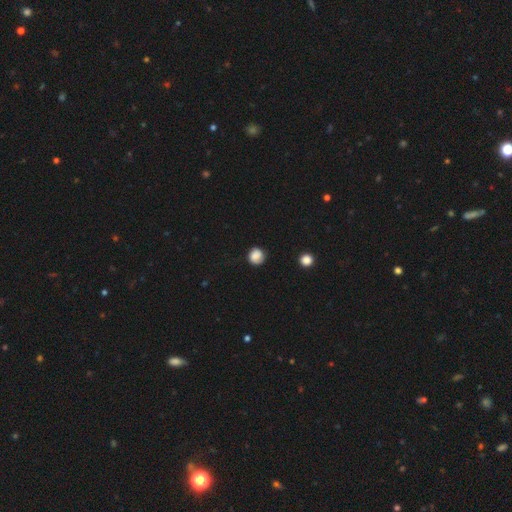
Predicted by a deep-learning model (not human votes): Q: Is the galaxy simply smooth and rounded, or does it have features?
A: smooth — 83%.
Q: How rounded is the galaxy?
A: round — 87%.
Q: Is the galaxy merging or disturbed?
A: none — 78%.